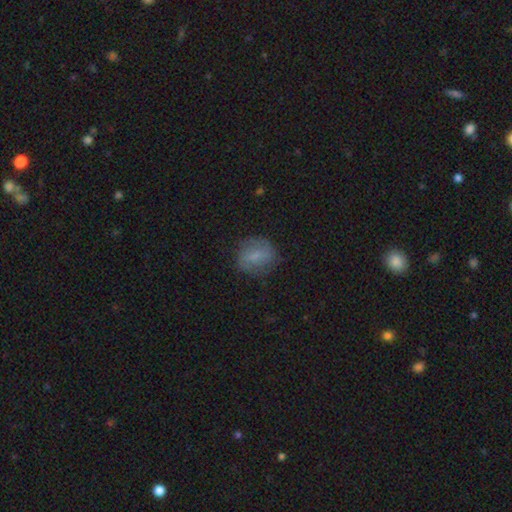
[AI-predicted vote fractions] Q: Smooth or featured?
A: smooth (60%); runner-up: featured or disk (31%)
Q: How rounded?
A: round (63%); runner-up: in between (35%)
Q: Merging?
A: none (76%); runner-up: minor disturbance (17%)